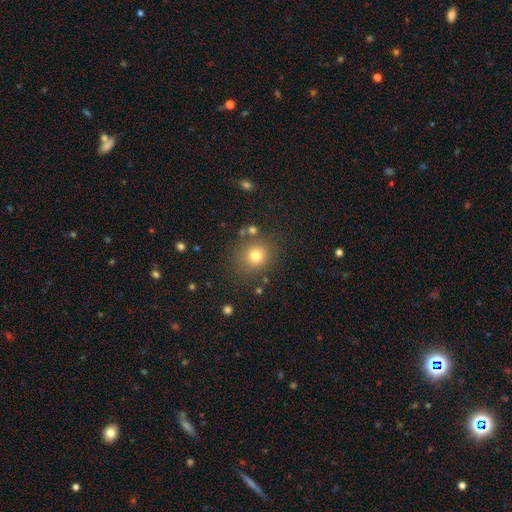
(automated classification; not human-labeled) smooth_or_featured: smooth (p=0.76) [alt: star or artifact p=0.15]
how_rounded: round (p=0.83) [alt: in between p=0.16]
merging: none (p=0.80) [alt: minor disturbance p=0.10]